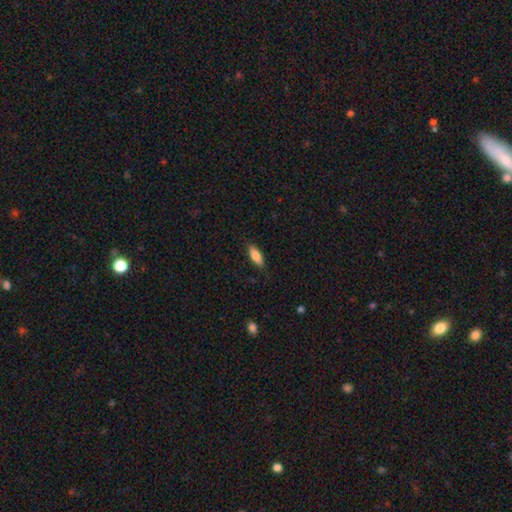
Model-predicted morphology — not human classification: Overall: smooth (81%). How rounded: in between (67%; cigar-shaped 31%). Merging: none (84%).